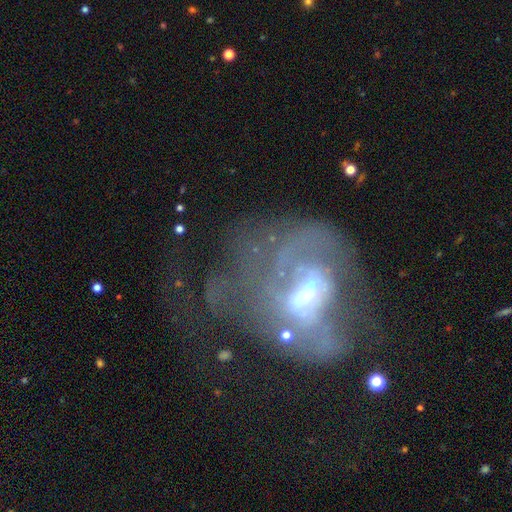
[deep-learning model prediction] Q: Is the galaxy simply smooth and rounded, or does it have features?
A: featured or disk — 73%.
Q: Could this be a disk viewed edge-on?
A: no — 95%.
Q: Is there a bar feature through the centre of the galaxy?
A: weak — 41%.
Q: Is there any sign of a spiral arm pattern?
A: yes — 55%.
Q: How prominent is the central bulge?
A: moderate — 55%.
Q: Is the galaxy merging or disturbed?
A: major disturbance — 49%.